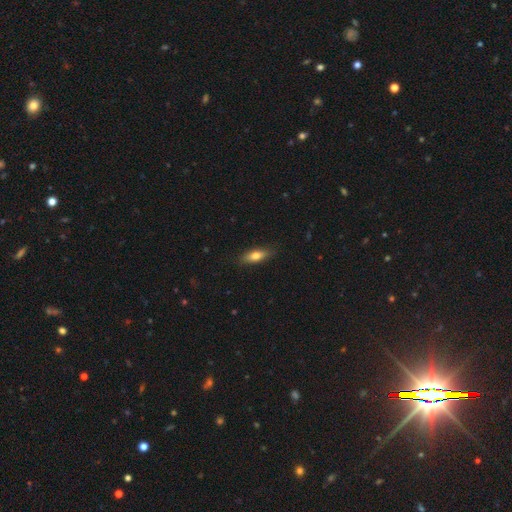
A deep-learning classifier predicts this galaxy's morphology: Overall: smooth (71%). How rounded: in between (59%; cigar-shaped 38%). Merging: none (85%).